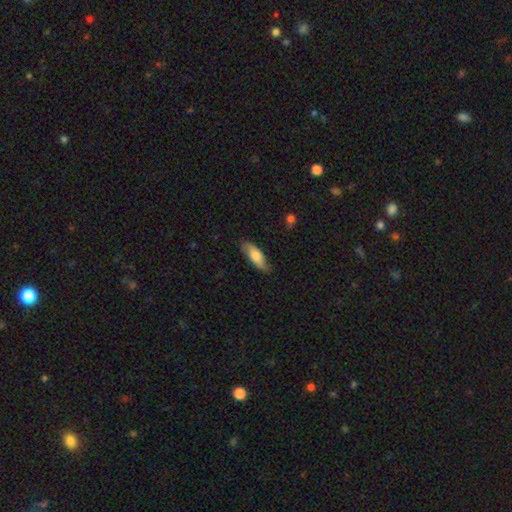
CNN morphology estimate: A smooth galaxy with no disk features (62%) that is in between round and cigar-shaped (62%). Merging: none (81%).